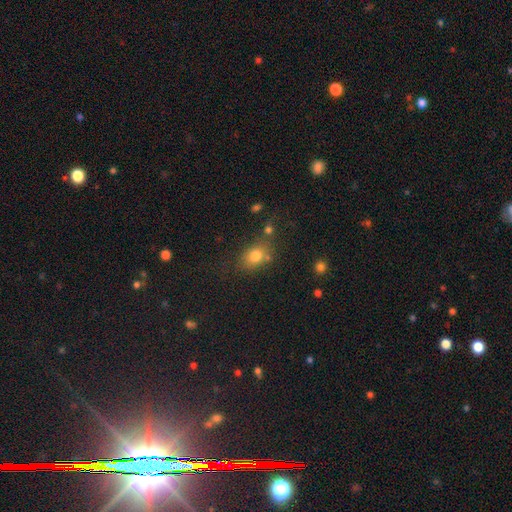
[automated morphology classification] This is likely a smooth galaxy (77%). How rounded: likely in between (62%). Merging: likely none (63%).